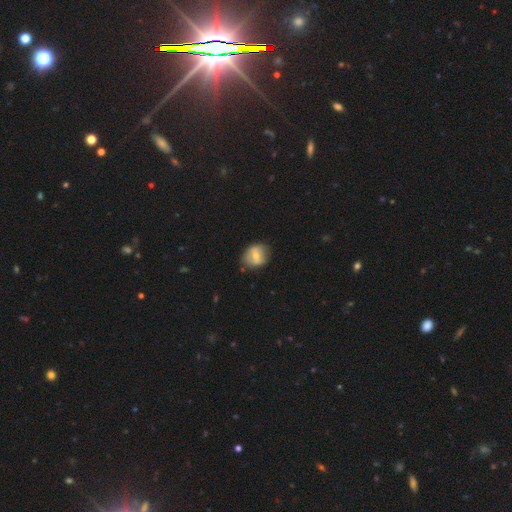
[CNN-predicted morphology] This appears to be a smooth galaxy with no disk features (48%). Merging: none (72%).